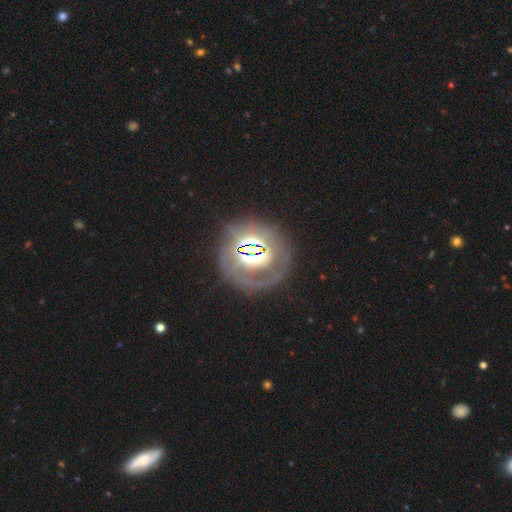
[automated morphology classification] This appears to be a star or artifact, not a galaxy (47%).